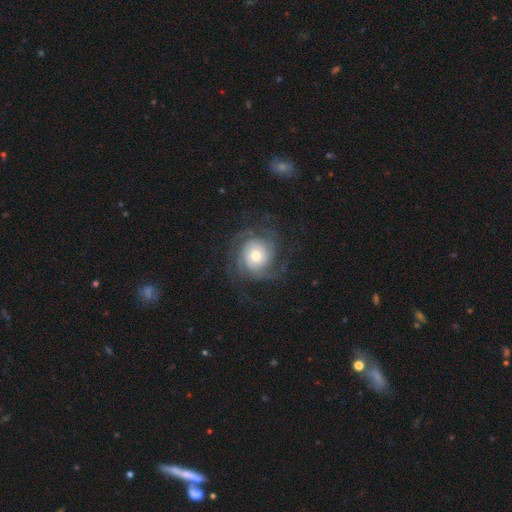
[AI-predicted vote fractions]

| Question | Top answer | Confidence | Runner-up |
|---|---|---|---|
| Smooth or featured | featured or disk | 84% | smooth (10%) |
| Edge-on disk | no | 98% | yes (2%) |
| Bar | no | 79% | weak (17%) |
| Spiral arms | yes | 96% | no (4%) |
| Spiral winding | tight | 62% | medium (29%) |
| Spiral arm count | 3 | 29% | can't tell (23%) |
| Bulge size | moderate | 61% | large (18%) |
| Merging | none | 73% | minor disturbance (14%) |